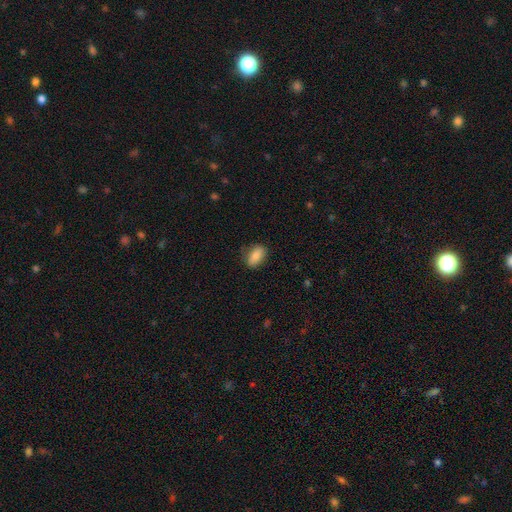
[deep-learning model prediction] Q: Smooth or featured?
A: smooth (84%); runner-up: featured or disk (9%)
Q: How rounded?
A: in between (86%); runner-up: round (8%)
Q: Merging?
A: none (80%); runner-up: minor disturbance (15%)